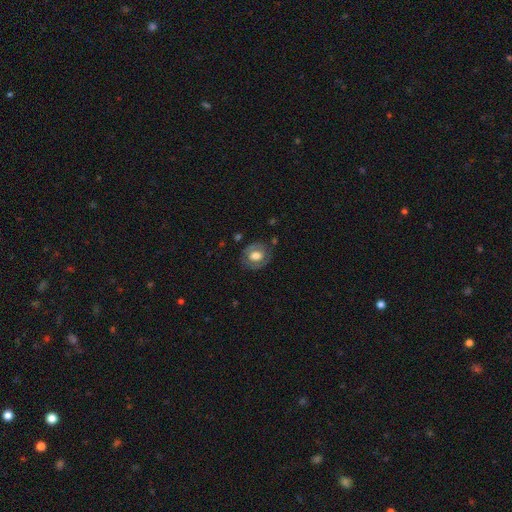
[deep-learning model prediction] A smooth galaxy with no disk features (53%) that is round (59%). Merging: none (78%).